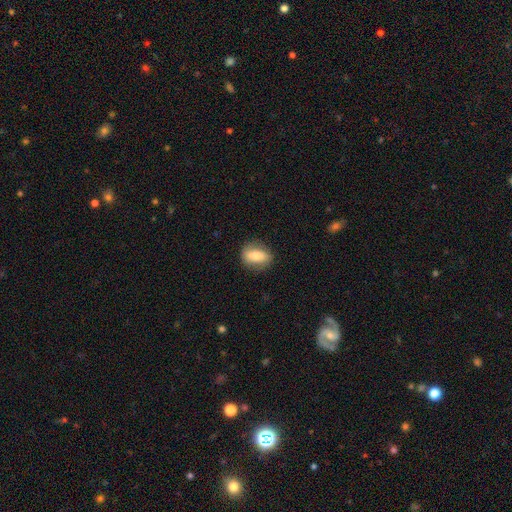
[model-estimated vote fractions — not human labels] This appears to be a smooth galaxy with no disk features (70%) that is in between round and cigar-shaped (71%). Merging: none (82%).